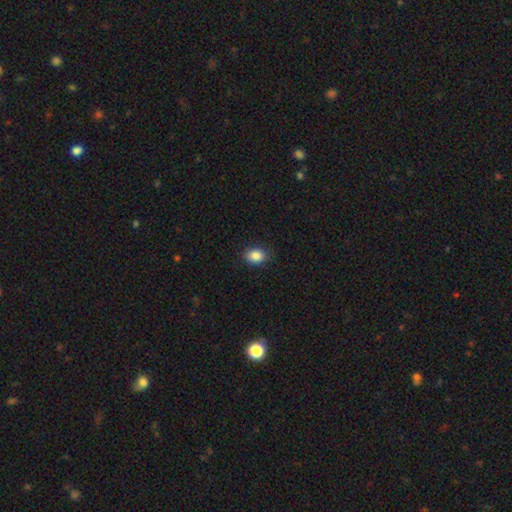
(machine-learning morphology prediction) Smooth or featured?
  - smooth: 86% *
  - star or artifact: 9%
  - featured or disk: 5%
How rounded?
  - in between: 67% *
  - round: 32%
  - cigar-shaped: 1%
Merging?
  - none: 87% *
  - minor disturbance: 10%
  - major disturbance: 2%
  - merger: 1%